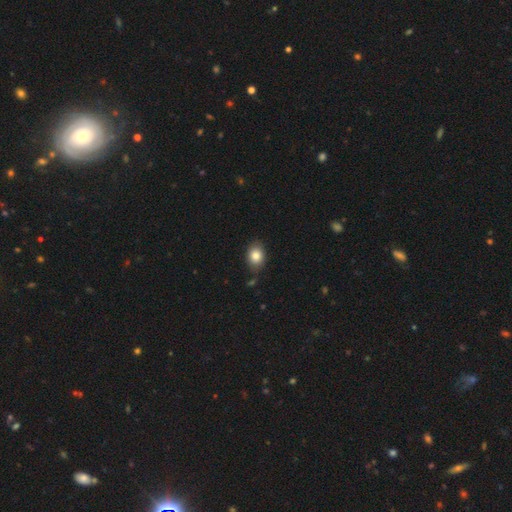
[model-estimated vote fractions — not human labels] This appears to be a smooth galaxy with no disk features (83%) that is in between round and cigar-shaped (67%). Merging: none (79%).